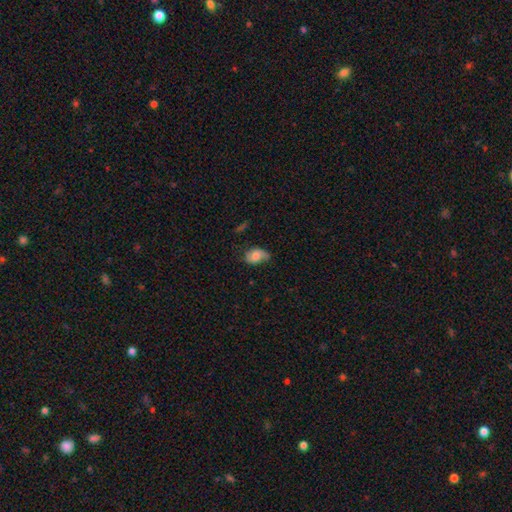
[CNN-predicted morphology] Smooth or featured? smooth (69%)
How rounded? in between (85%)
Merging? none (48%)